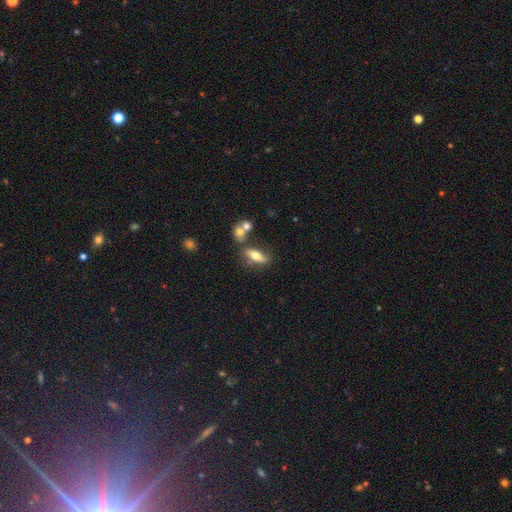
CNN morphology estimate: The model was most divided on "smooth or featured": smooth: 54%, featured or disk: 37%, star or artifact: 9%. More confident: how rounded — in between (66%); merging — none (58%).